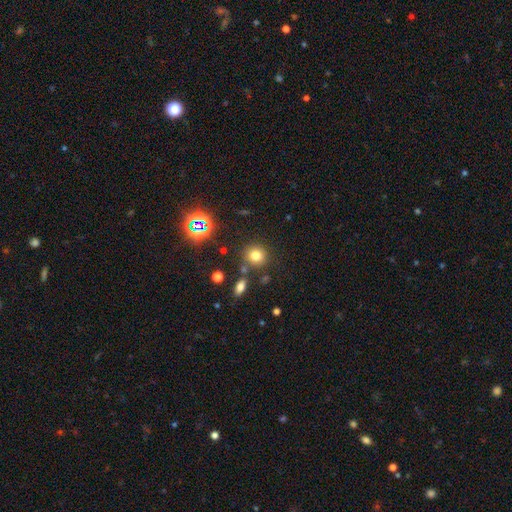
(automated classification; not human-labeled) Smooth or featured? Predicted: smooth (p=0.73). How rounded? Predicted: round (p=0.88). Merging? Predicted: none (p=0.80).